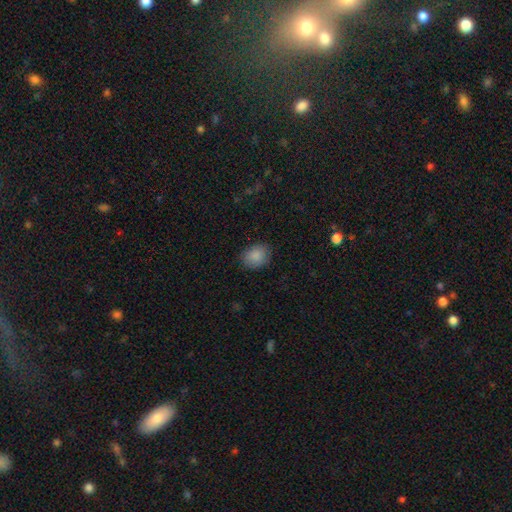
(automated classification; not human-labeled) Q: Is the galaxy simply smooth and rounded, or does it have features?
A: smooth — 88%.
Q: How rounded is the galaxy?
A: in between — 54%.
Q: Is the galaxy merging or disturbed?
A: none — 84%.